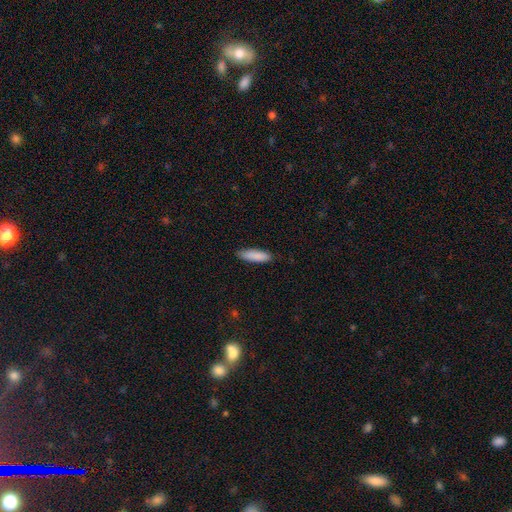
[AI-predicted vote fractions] This appears to be a smooth galaxy with no disk features (88%) that is cigar-shaped (56%). Merging: none (86%).